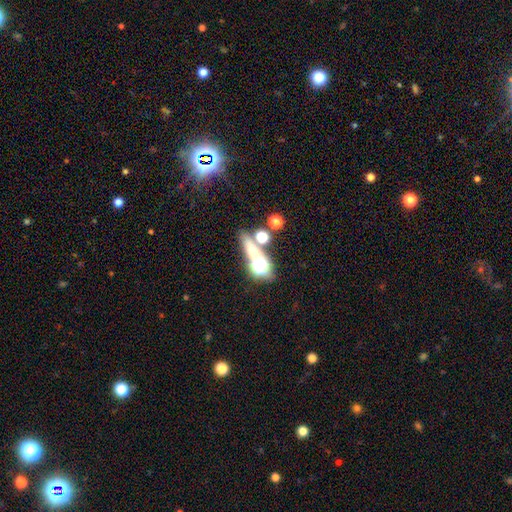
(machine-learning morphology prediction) Smooth or featured: smooth — 46% (star or artifact — 33%)
Merging: none — 52% (merger — 28%)